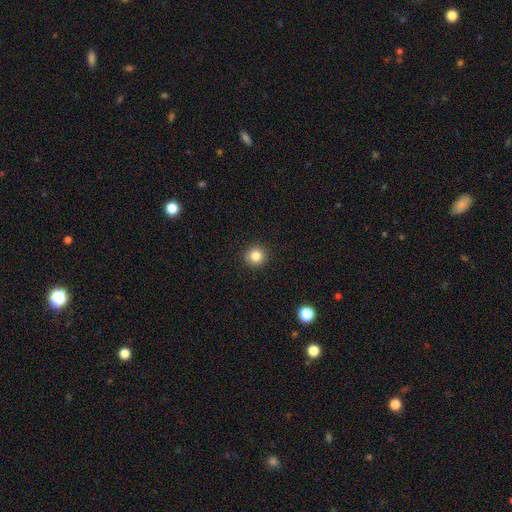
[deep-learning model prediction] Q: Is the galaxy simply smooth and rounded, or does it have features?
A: smooth — 83%.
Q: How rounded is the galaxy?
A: round — 93%.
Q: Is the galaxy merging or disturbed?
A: none — 92%.